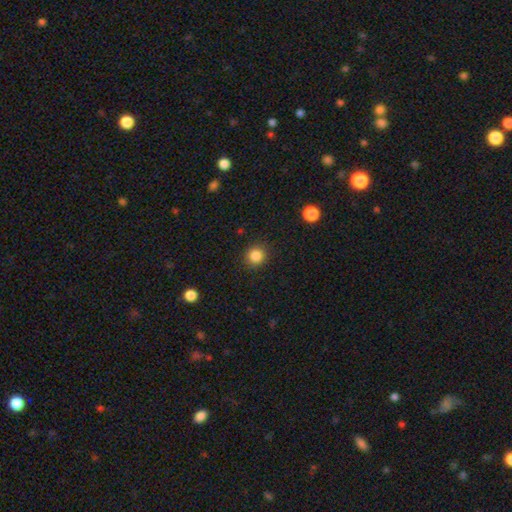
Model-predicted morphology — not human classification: Smooth or featured? smooth (85%)
How rounded? round (91%)
Merging? none (91%)